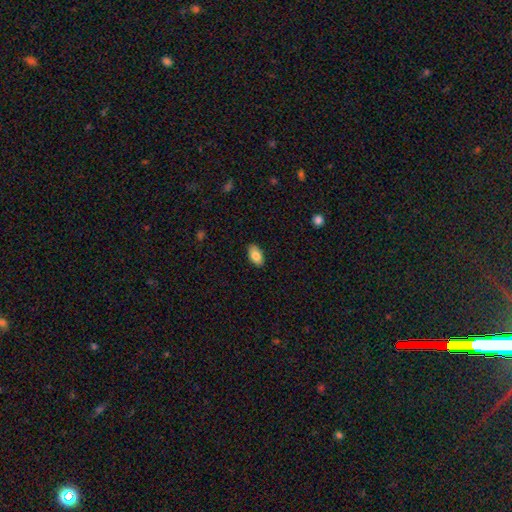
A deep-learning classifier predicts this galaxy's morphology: Smooth or featured? smooth (82%)
How rounded? in between (93%)
Merging? none (88%)